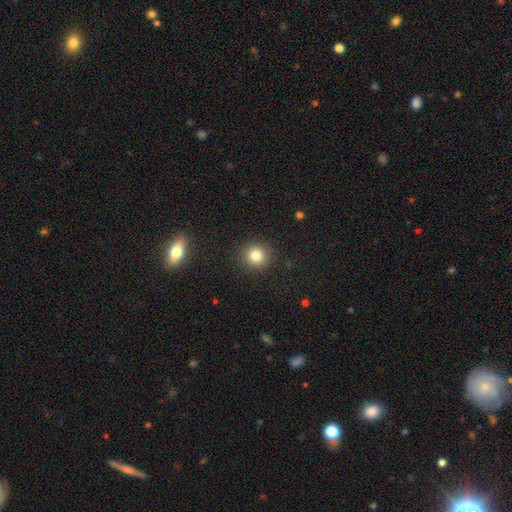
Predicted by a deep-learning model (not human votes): Smooth or featured? smooth (82%)
How rounded? round (90%)
Merging? none (90%)